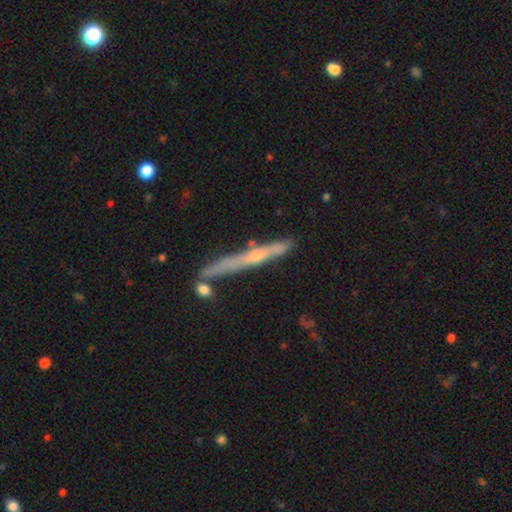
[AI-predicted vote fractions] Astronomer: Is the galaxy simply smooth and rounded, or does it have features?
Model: featured or disk — 65%.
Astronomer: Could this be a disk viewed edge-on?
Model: yes — 95%.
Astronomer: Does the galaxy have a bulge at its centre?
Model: rounded — 49% (runner-up: none, 46%).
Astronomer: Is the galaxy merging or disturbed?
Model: none — 76%.